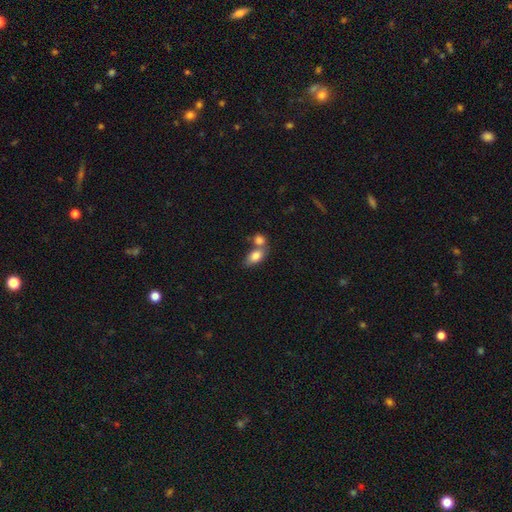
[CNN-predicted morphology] Overall: smooth (82%). How rounded: in between (86%). Merging: merger (52%; none 34%).